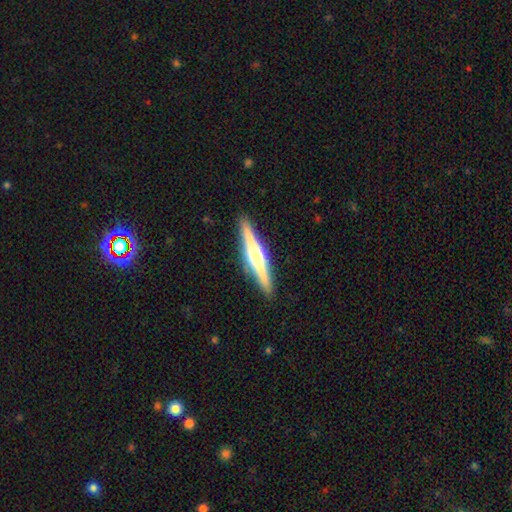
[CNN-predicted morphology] Smooth or featured?
  - featured or disk: 68% *
  - smooth: 27%
  - star or artifact: 5%
Edge-on disk?
  - yes: 97% *
  - no: 3%
Edge-on bulge?
  - rounded: 83% *
  - boxy: 11%
  - none: 6%
Merging?
  - none: 90% *
  - minor disturbance: 7%
  - major disturbance: 2%
  - merger: 1%